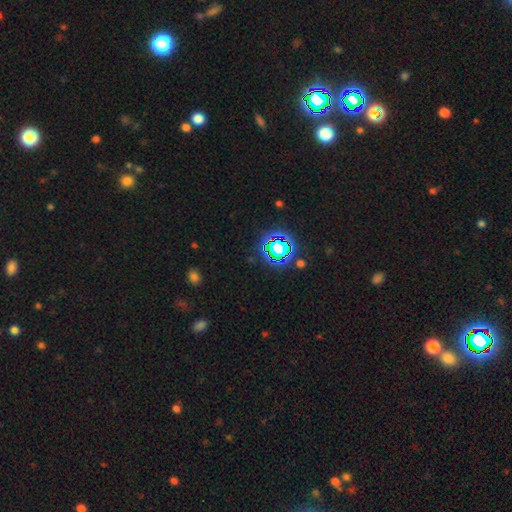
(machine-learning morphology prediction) Smooth or featured: star or artifact — 75% (smooth — 16%)